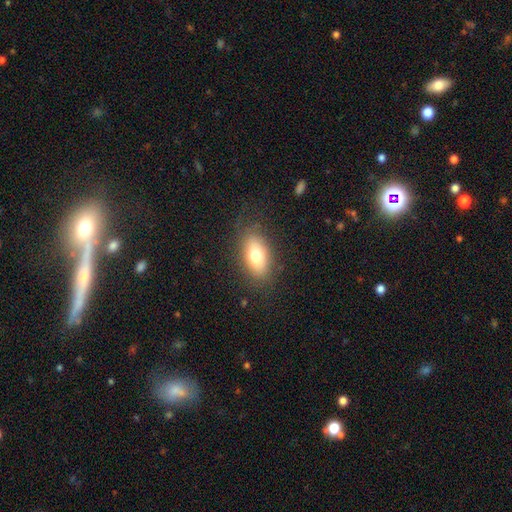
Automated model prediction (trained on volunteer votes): This appears to be a smooth galaxy with no disk features (72%) that is in between round and cigar-shaped (86%). Merging: none (80%).